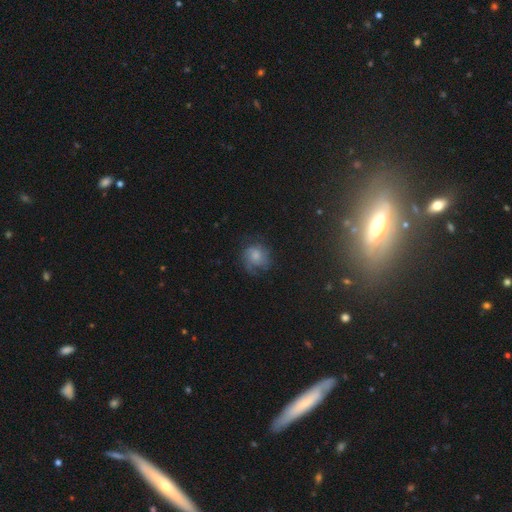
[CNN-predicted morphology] Smooth or featured: featured or disk — 44% (smooth — 43%)
Merging: none — 60% (minor disturbance — 22%)